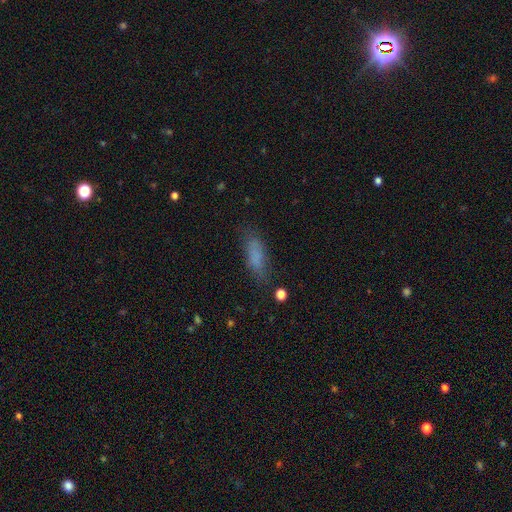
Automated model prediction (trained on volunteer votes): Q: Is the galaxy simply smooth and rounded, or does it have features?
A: smooth — 77%.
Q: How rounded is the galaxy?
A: in between — 56%.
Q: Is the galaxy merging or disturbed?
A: none — 69%.